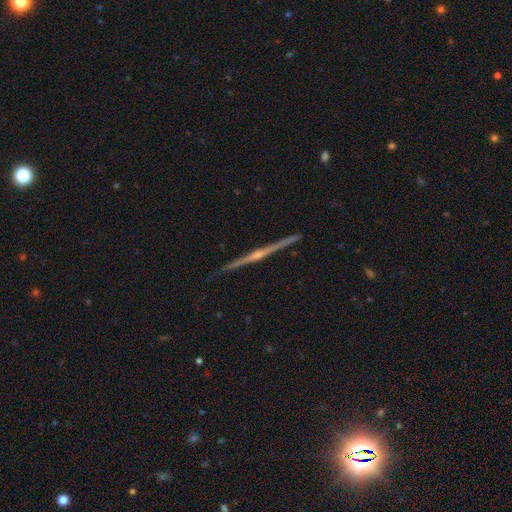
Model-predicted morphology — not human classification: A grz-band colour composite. It shows a featured or disk galaxy (83%) viewed edge-on (98%) with a rounded central bulge (80%). Merging: none (91%).